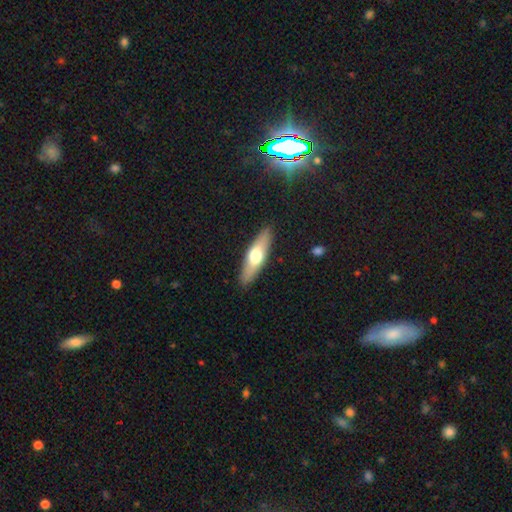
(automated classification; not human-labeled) This appears to be a smooth galaxy with no disk features (55%) that is cigar-shaped (59%). Merging: none (89%).